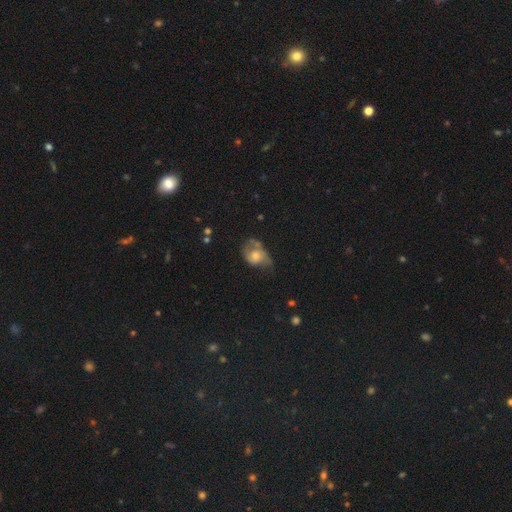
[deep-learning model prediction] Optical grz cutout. It shows a featured or disk galaxy (54%) with no bar (78%), spiral arms (69%) and a moderate central bulge (54%). Merging: minor disturbance (32%, tied with major disturbance and none).